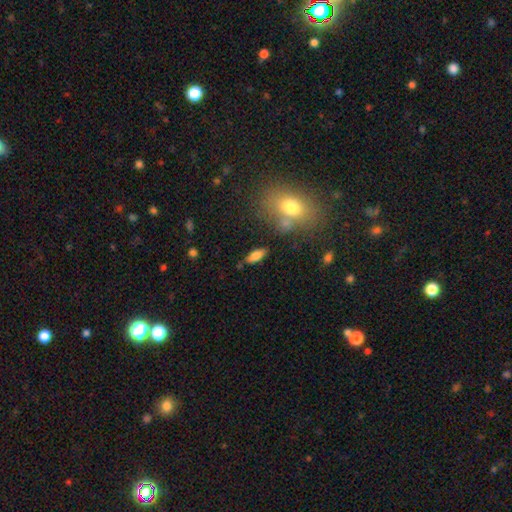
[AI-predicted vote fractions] This is likely a smooth galaxy (76%). How rounded: likely in between (73%). Merging: likely none (79%).